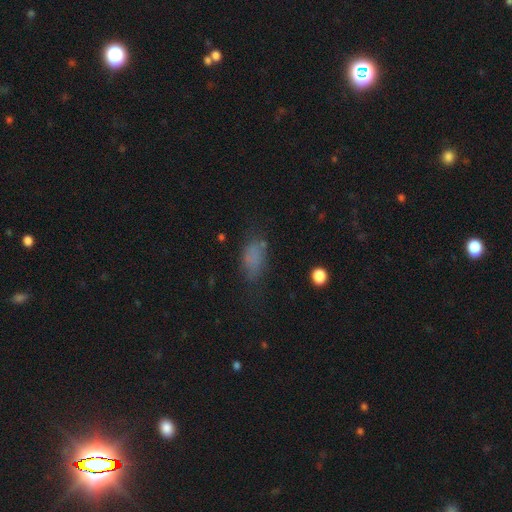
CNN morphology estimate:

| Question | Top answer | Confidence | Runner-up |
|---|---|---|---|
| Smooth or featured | smooth | 69% | star or artifact (17%) |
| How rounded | in between | 85% | round (8%) |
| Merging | none | 56% | minor disturbance (25%) |